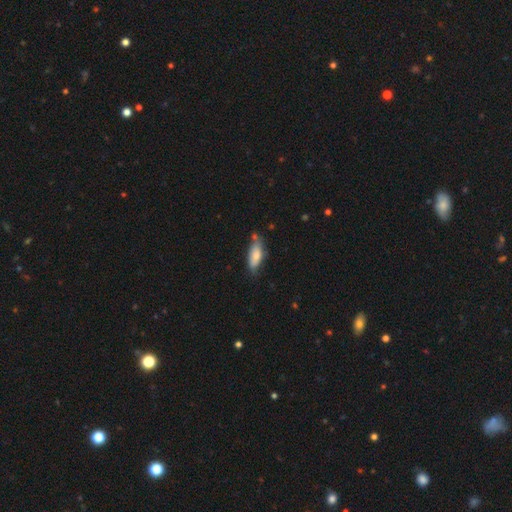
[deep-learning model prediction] Morphology: type=smooth (74%); roundness=in between (68%); merging=none (57%).